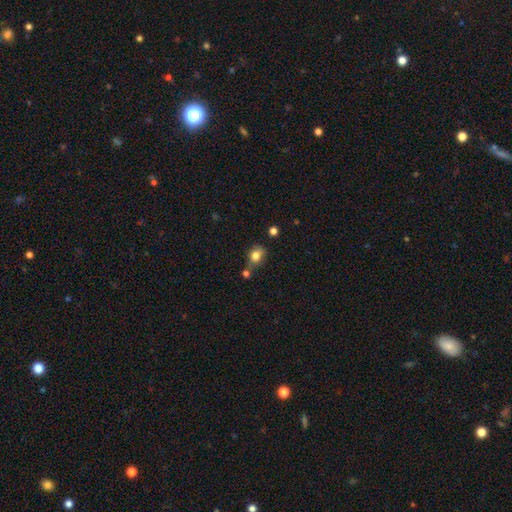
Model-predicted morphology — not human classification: smooth-or-featured: smooth: 79% | star or artifact: 11% | featured or disk: 10%
  how-rounded: in between: 50% | round: 48% | cigar-shaped: 2%
  merging: none: 55% | minor disturbance: 21% | merger: 18% | major disturbance: 7%